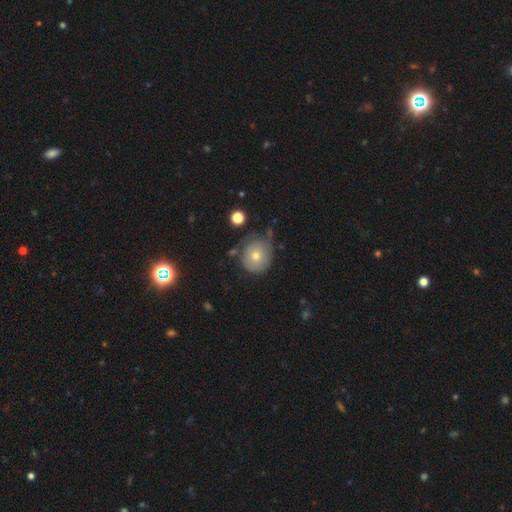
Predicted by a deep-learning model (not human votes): smooth-or-featured: smooth: 64% | featured or disk: 23% | star or artifact: 13%
  how-rounded: round: 85% | in between: 14% | cigar-shaped: 1%
  merging: none: 68% | minor disturbance: 22% | major disturbance: 6% | merger: 4%